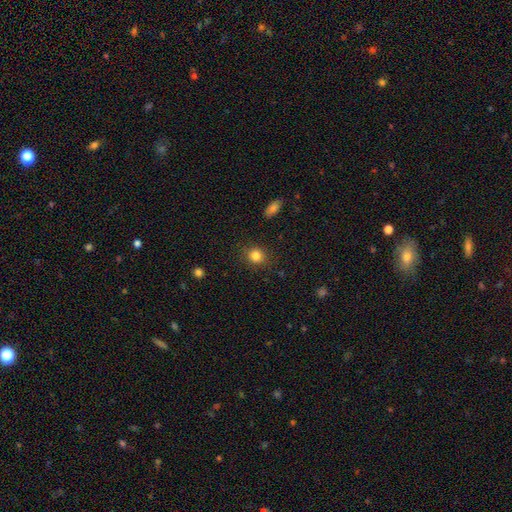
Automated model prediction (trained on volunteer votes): Q: Smooth or featured?
A: smooth (84%); runner-up: star or artifact (11%)
Q: How rounded?
A: round (84%); runner-up: in between (15%)
Q: Merging?
A: none (87%); runner-up: minor disturbance (9%)